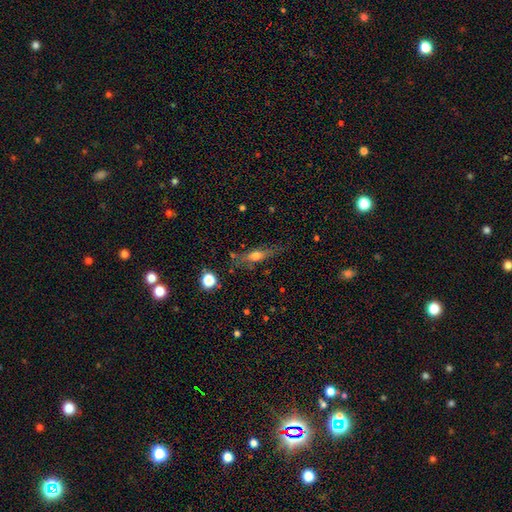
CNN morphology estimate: This appears to be a smooth galaxy with no disk features (56%) that is cigar-shaped (52%). Merging: none (70%).